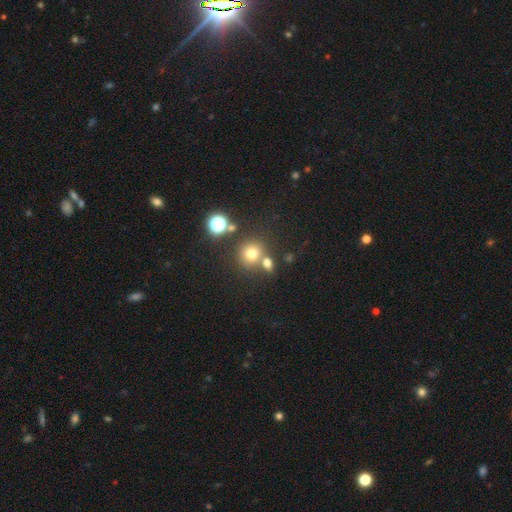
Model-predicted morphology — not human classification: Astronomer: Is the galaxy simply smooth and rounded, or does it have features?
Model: smooth — 61%.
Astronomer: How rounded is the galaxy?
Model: round — 89%.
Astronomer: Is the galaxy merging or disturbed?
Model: none — 68%.